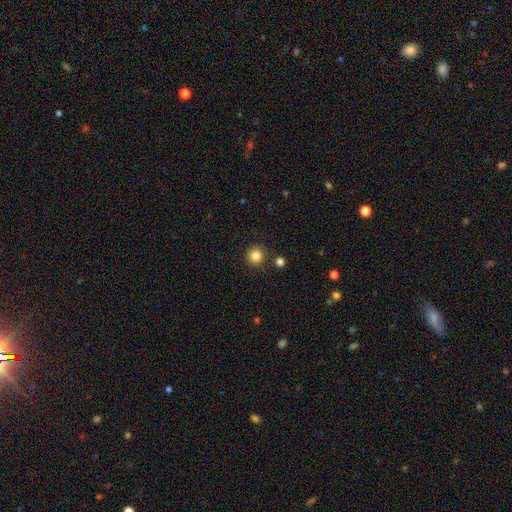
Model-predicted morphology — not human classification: smooth 84%, star or artifact 11%, featured or disk 5%. Down the decision tree: how rounded — round (94%); merging — none (89%).